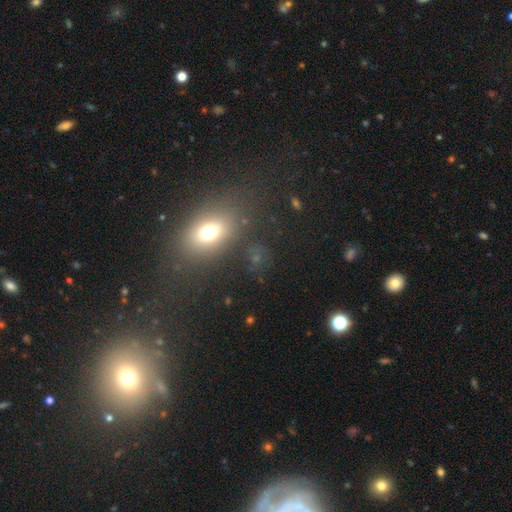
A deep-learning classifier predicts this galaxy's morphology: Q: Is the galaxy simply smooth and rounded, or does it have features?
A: smooth — 60%.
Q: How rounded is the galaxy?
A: in between — 58%.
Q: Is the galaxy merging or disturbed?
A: none — 74%.